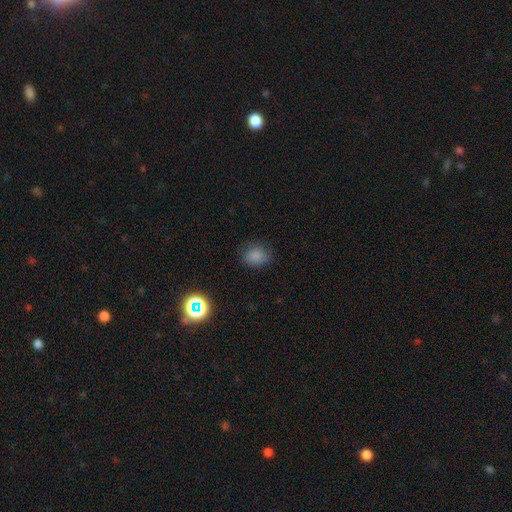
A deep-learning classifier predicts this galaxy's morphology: smooth 80%, star or artifact 15%, featured or disk 5%. Down the decision tree: how rounded — round (56%); merging — none (79%).